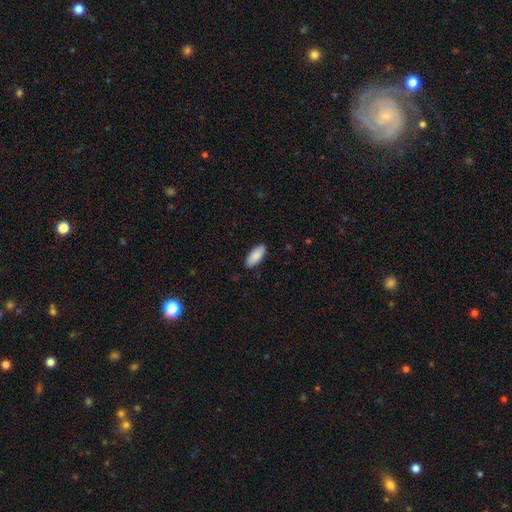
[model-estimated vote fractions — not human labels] Smooth or featured?
  - smooth: 90% *
  - star or artifact: 6%
  - featured or disk: 4%
How rounded?
  - in between: 84% *
  - cigar-shaped: 14%
  - round: 2%
Merging?
  - none: 89% *
  - minor disturbance: 8%
  - major disturbance: 2%
  - merger: 1%